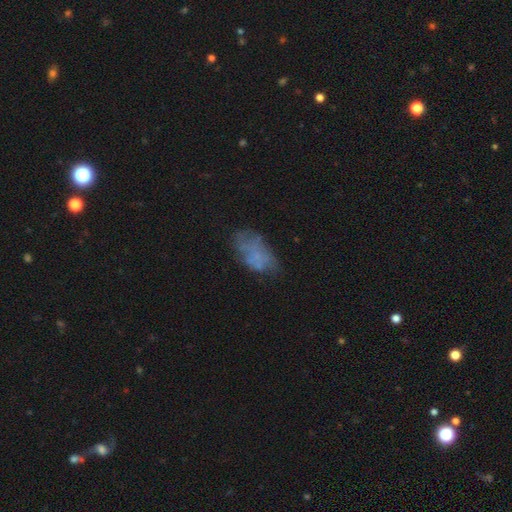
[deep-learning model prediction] smooth-or-featured: smooth: 50% | featured or disk: 37% | star or artifact: 13%
  merging: none: 53% | minor disturbance: 25% | major disturbance: 18% | merger: 4%